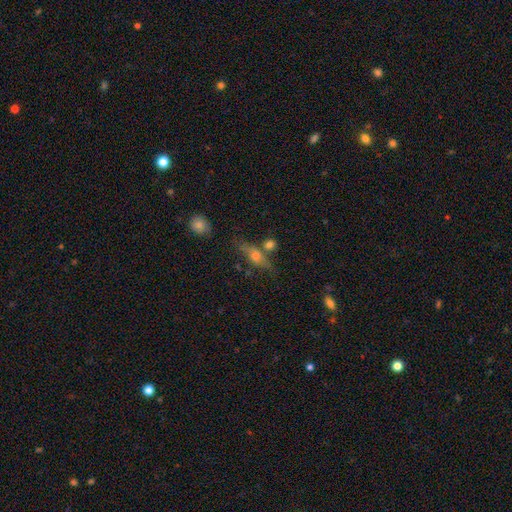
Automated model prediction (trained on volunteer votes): Smooth or featured?
  - featured or disk: 54% *
  - smooth: 34%
  - star or artifact: 12%
Edge-on disk?
  - yes: 83% *
  - no: 17%
Merging?
  - none: 65% *
  - minor disturbance: 16%
  - merger: 12%
  - major disturbance: 7%